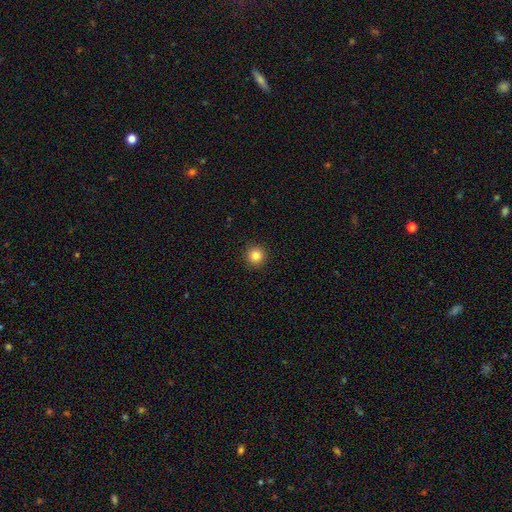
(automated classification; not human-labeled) Morphology: type=smooth (84%); roundness=round (95%); merging=none (93%).